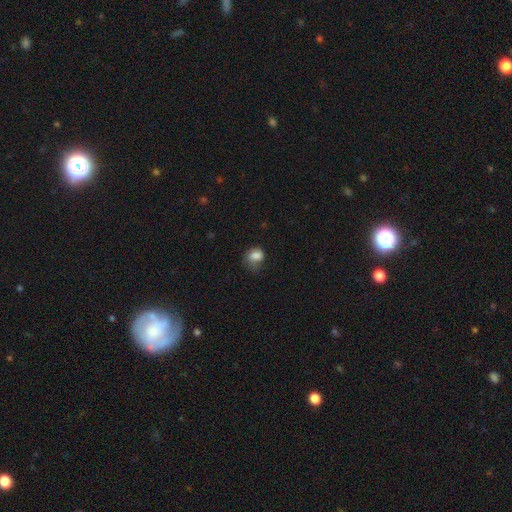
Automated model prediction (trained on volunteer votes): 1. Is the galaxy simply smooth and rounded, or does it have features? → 80% smooth, 10% star or artifact, 10% featured or disk.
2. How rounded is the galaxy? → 50% in between, 49% round, 1% cigar-shaped.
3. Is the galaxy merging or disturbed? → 40% none, 33% minor disturbance, 24% major disturbance, 2% merger.